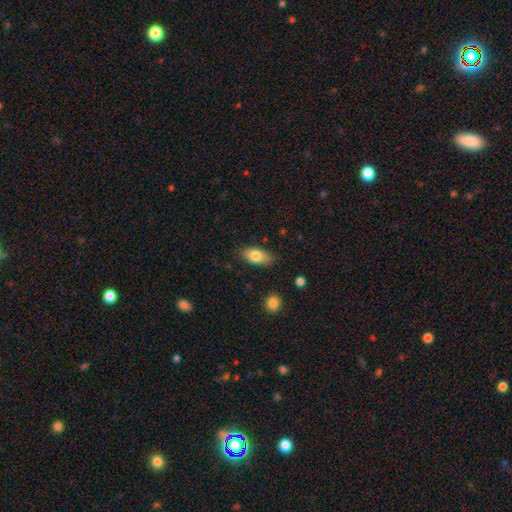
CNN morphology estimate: A smooth galaxy with no disk features (79%) that is in between round and cigar-shaped (87%).

Vote fractions:
- Smooth or featured? smooth: 79% / featured or disk: 14% / star or artifact: 7%
- How rounded? in between: 87% / cigar-shaped: 10% / round: 3%
- Merging? none: 84% / minor disturbance: 12% / major disturbance: 3% / merger: 1%